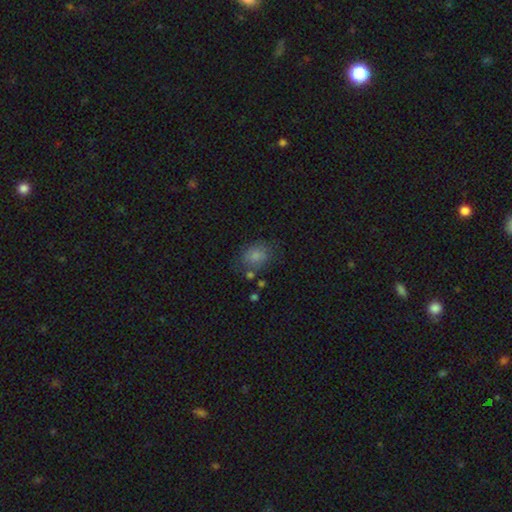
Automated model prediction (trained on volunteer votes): Morphology: type=smooth (79%); roundness=in between (52%); merging=none (63%).